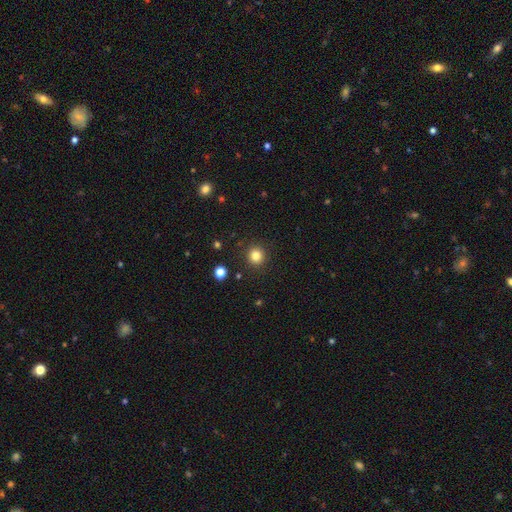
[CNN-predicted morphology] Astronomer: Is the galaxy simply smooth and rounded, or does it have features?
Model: smooth — 82%.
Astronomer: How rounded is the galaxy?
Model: round — 93%.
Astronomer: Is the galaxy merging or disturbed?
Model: none — 91%.